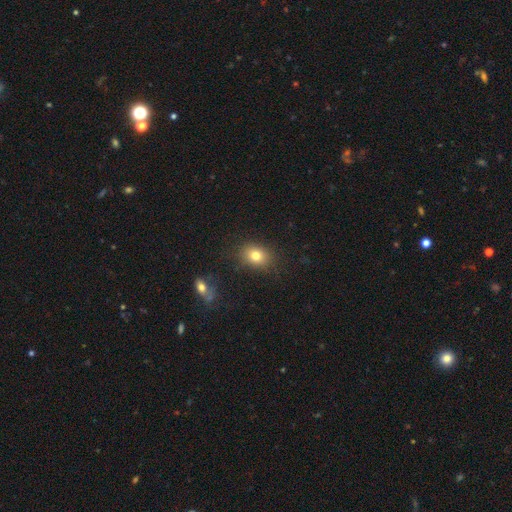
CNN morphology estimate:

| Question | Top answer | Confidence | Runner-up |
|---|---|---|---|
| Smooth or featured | smooth | 78% | star or artifact (12%) |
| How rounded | in between | 51% | round (48%) |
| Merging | none | 84% | minor disturbance (11%) |